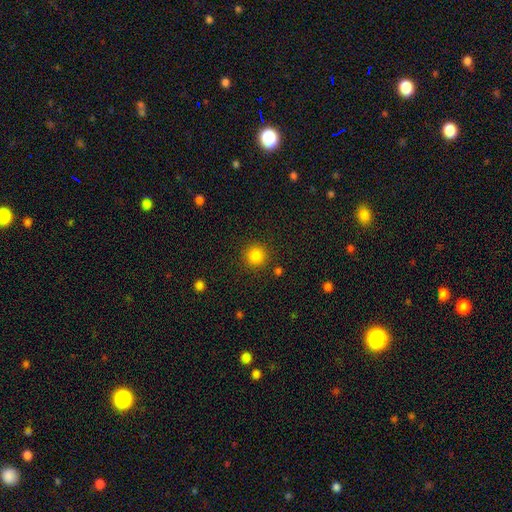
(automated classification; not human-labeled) Smooth or featured? smooth (84%)
How rounded? round (94%)
Merging? none (89%)